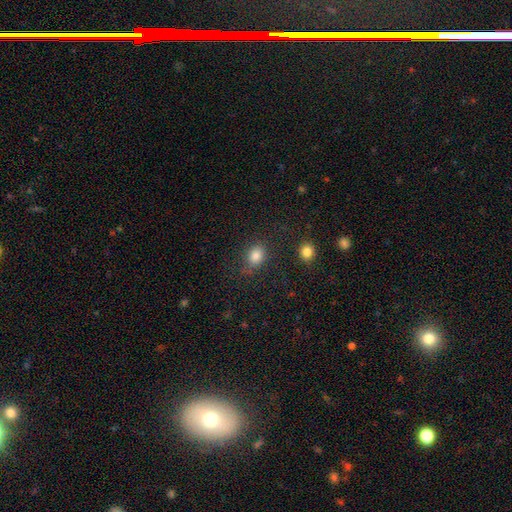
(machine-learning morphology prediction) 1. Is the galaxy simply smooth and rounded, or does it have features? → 84% smooth, 10% star or artifact, 6% featured or disk.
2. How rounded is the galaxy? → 59% in between, 40% round, 1% cigar-shaped.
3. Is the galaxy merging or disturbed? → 73% none, 16% minor disturbance, 6% major disturbance, 4% merger.